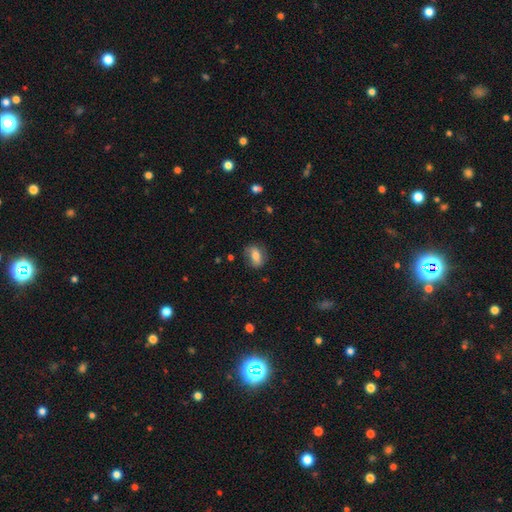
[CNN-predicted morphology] type=smooth (69%); roundness=in between (77%); merging=none (73%).